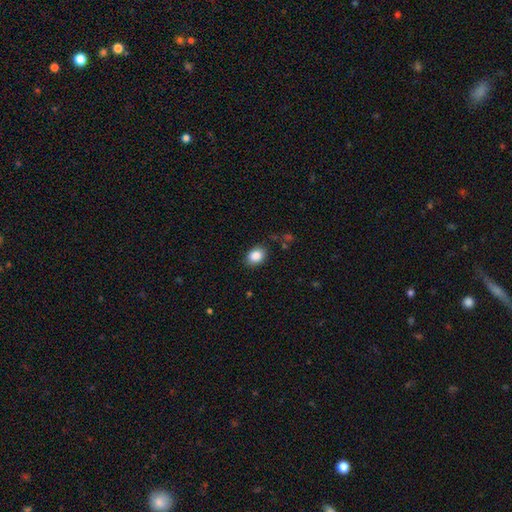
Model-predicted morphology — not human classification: A smooth galaxy with no disk features (87%) that is in between round and cigar-shaped (69%).

Vote fractions:
- Smooth or featured? smooth: 87% / star or artifact: 8% / featured or disk: 5%
- How rounded? in between: 69% / round: 30% / cigar-shaped: 1%
- Merging? none: 84% / minor disturbance: 11% / major disturbance: 3% / merger: 1%